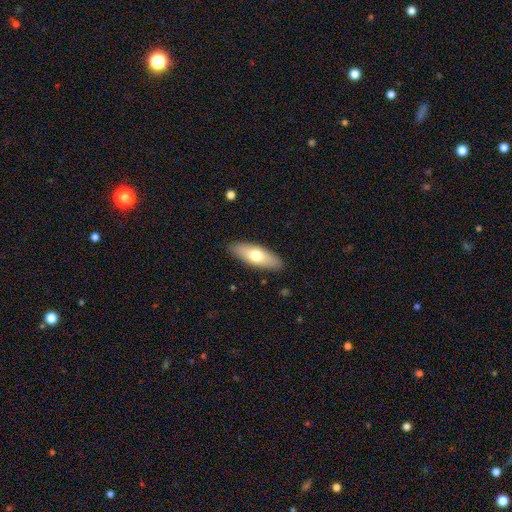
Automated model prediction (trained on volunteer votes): This appears to be a smooth galaxy with no disk features (67%) that is in between round and cigar-shaped (69%). Merging: none (87%).